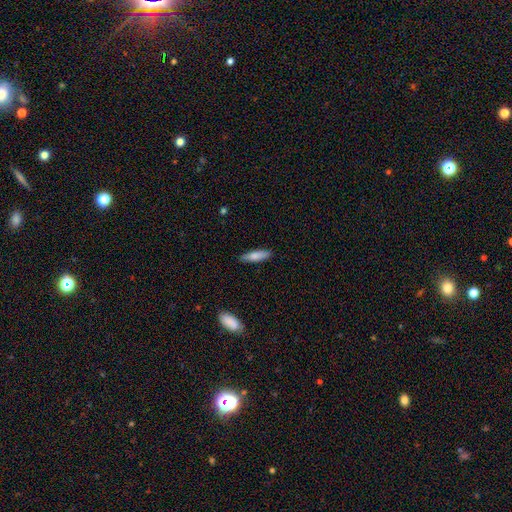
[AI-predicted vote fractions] Smooth or featured: smooth — 76% (featured or disk — 18%)
How rounded: cigar-shaped — 64% (in between — 34%)
Merging: none — 87% (minor disturbance — 10%)